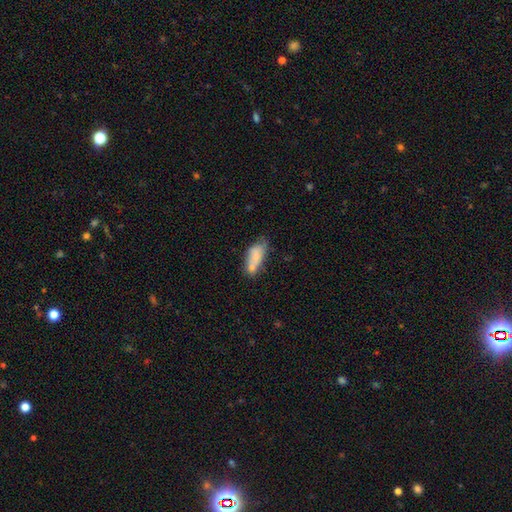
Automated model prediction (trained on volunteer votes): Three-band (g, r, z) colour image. It shows a smooth galaxy with no disk features (69%) that is in between round and cigar-shaped (81%). Merging: none (36%).